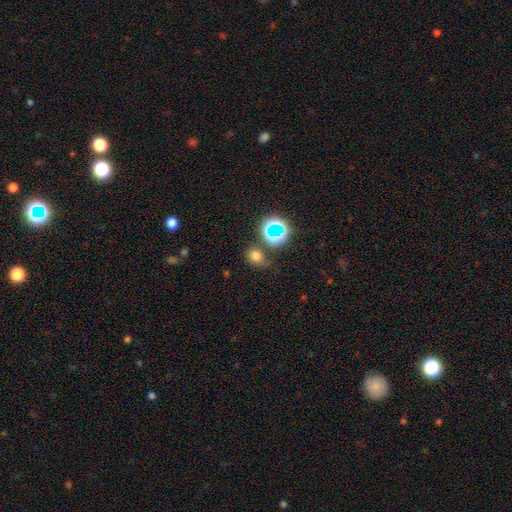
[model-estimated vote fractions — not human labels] Smooth or featured? smooth (69%)
How rounded? round (58%)
Merging? none (68%)